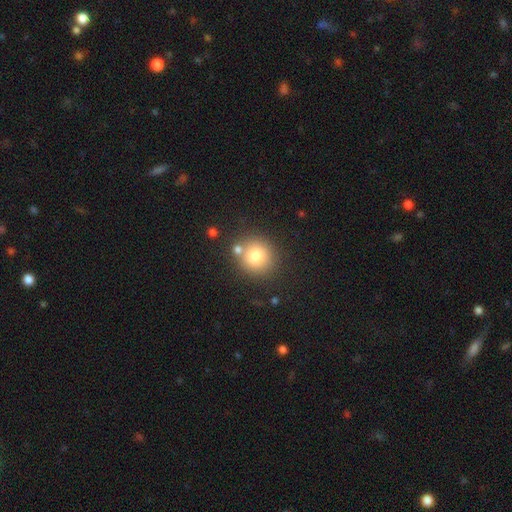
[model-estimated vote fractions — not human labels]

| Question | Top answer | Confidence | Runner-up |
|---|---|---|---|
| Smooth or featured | smooth | 78% | star or artifact (12%) |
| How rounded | round | 90% | in between (9%) |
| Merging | none | 74% | merger (13%) |